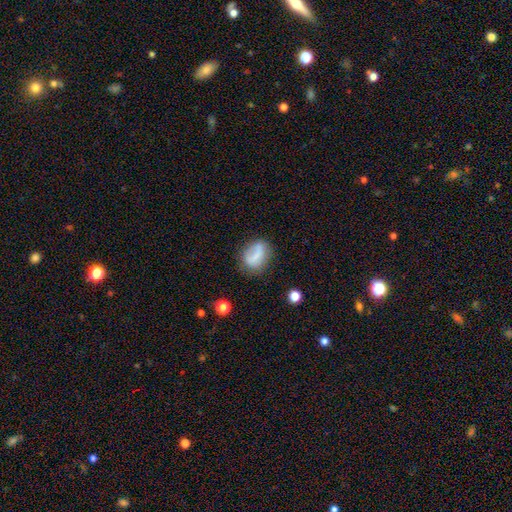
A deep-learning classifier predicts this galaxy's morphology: Smooth or featured: smooth — 65% (featured or disk — 25%)
How rounded: in between — 66% (round — 32%)
Merging: none — 56% (minor disturbance — 26%)